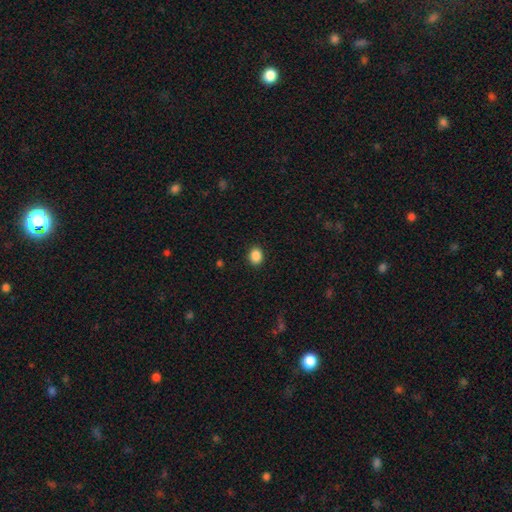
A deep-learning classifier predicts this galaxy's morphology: smooth_or_featured: smooth (p=0.88) [alt: star or artifact p=0.09]
how_rounded: round (p=0.51) [alt: in between p=0.48]
merging: none (p=0.90) [alt: minor disturbance p=0.07]